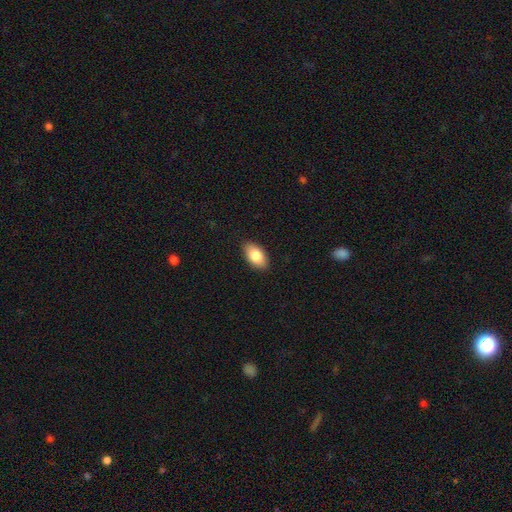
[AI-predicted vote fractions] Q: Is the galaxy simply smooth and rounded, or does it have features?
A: smooth — 85%.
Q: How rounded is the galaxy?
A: in between — 94%.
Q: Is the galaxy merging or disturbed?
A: none — 88%.